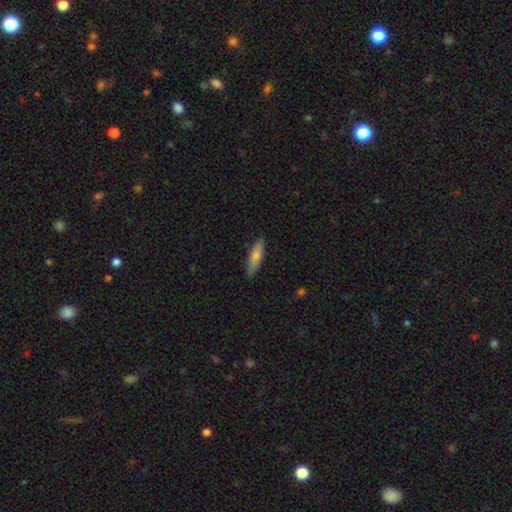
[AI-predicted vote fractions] smooth_or_featured: smooth (p=0.64) [alt: featured or disk p=0.29]
how_rounded: cigar-shaped (p=0.70) [alt: in between p=0.28]
merging: none (p=0.87) [alt: minor disturbance p=0.11]